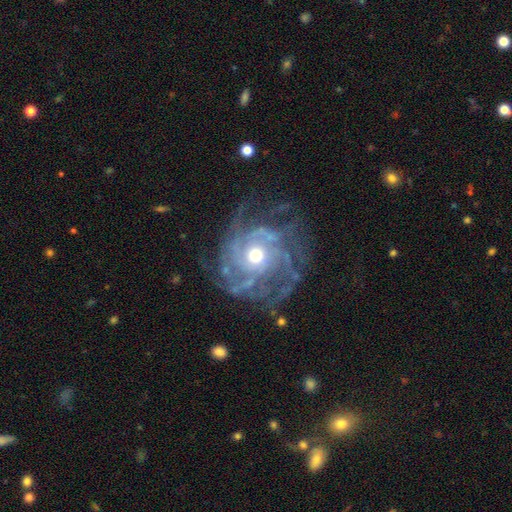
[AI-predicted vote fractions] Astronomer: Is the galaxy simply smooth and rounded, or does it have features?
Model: featured or disk — 88%.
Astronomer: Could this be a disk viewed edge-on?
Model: no — 97%.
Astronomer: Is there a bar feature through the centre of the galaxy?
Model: no — 80%.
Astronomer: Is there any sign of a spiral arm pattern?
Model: yes — 94%.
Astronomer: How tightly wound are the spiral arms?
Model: tight — 57%.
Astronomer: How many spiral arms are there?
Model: can't tell — 29% (runner-up: 3, 20%).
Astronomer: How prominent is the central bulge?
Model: moderate — 68%.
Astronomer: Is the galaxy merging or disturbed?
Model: none — 59%.